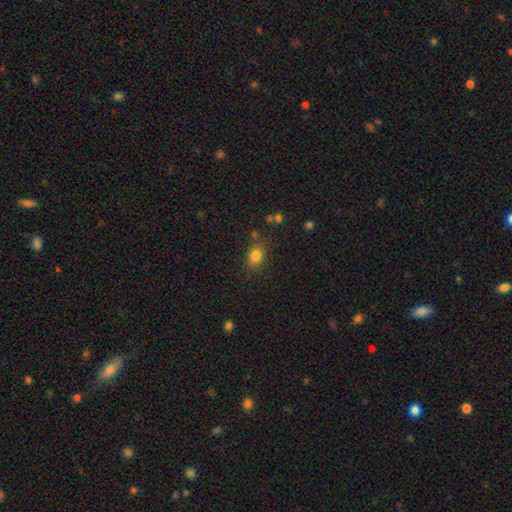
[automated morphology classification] type=smooth (81%); roundness=in between (62%); merging=none (79%).